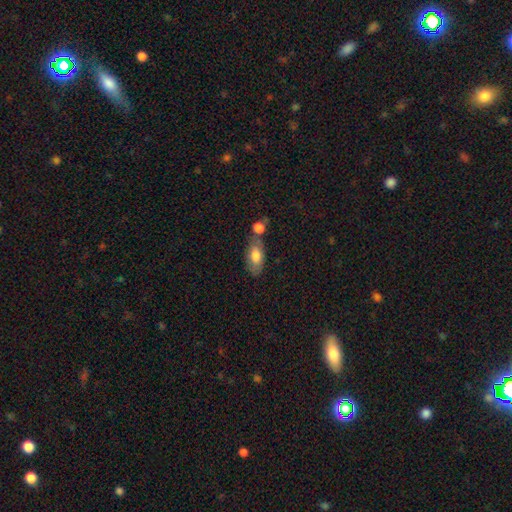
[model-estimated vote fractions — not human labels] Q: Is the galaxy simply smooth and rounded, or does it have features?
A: smooth — 73%.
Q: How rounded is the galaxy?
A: in between — 88%.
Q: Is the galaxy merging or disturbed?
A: none — 53%.